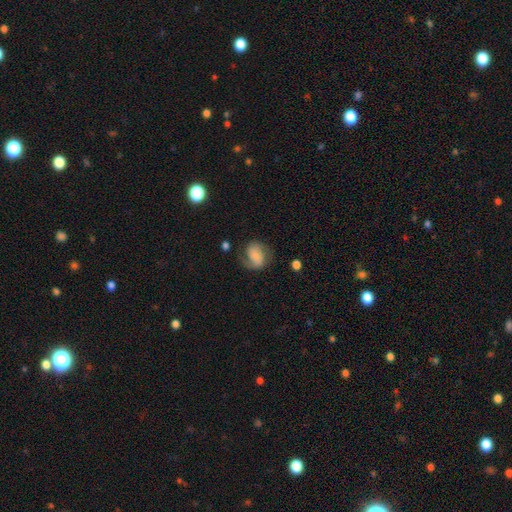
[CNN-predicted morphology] Overall: featured or disk (50%; smooth 41%). Merging: none (56%; minor disturbance 23%).